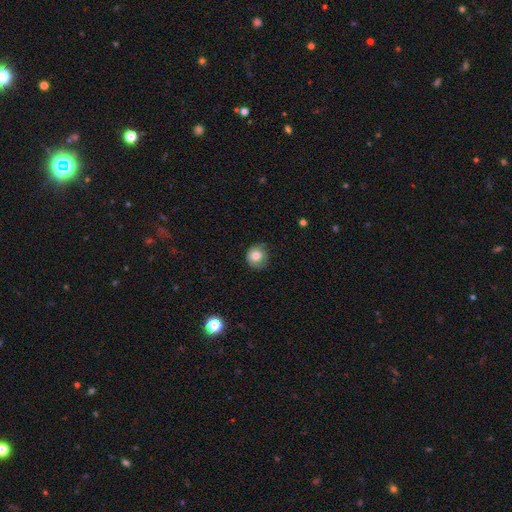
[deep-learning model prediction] A smooth galaxy with no disk features (81%) that is round (89%). Merging: none (73%).